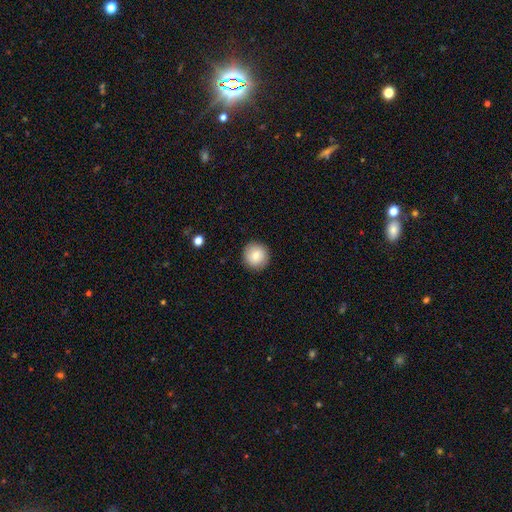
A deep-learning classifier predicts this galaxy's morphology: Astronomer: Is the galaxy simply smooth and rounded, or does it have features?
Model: smooth — 82%.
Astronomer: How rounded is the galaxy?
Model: round — 94%.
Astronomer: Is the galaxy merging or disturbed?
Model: none — 90%.